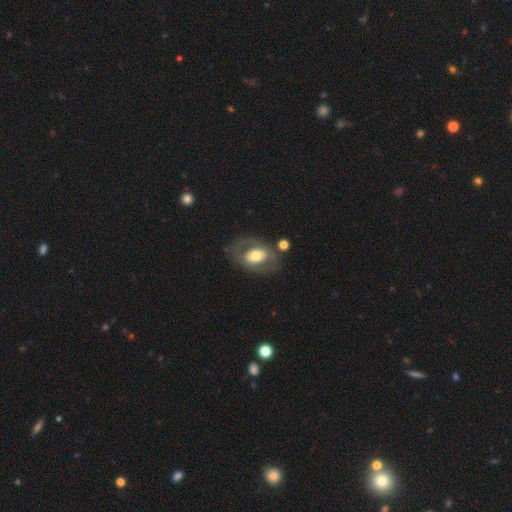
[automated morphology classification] A featured or disk galaxy (51%).

Vote fractions:
- Smooth or featured? featured or disk: 51% / smooth: 42% / star or artifact: 6%
- Edge-on disk? no: 92% / yes: 8%
- Merging? none: 66% / minor disturbance: 16% / major disturbance: 12% / merger: 6%